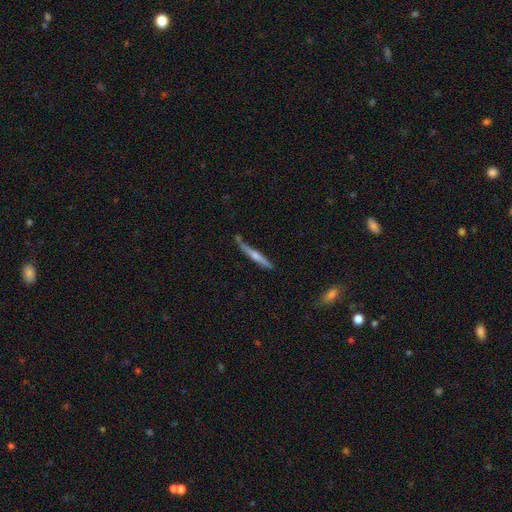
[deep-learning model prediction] Smooth or featured: featured or disk — 59% (smooth — 35%)
Edge-on disk: yes — 96% (no — 4%)
Edge-on bulge: rounded — 76% (none — 18%)
Merging: none — 75% (minor disturbance — 17%)